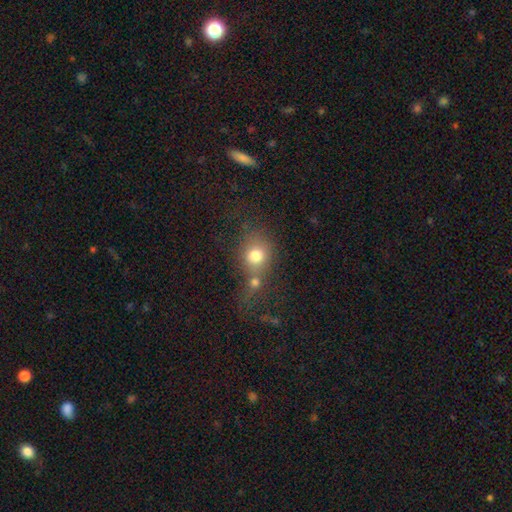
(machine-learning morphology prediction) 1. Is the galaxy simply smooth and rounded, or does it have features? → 75% smooth, 13% star or artifact, 12% featured or disk.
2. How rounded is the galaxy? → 70% round, 29% in between, 1% cigar-shaped.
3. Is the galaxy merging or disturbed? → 46% merger, 35% none, 11% minor disturbance, 9% major disturbance.